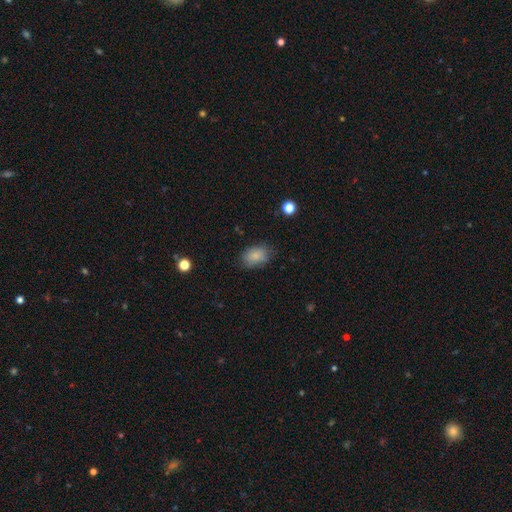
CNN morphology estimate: Smooth or featured: smooth — 84% (star or artifact — 8%)
How rounded: in between — 83% (round — 16%)
Merging: none — 76% (minor disturbance — 18%)